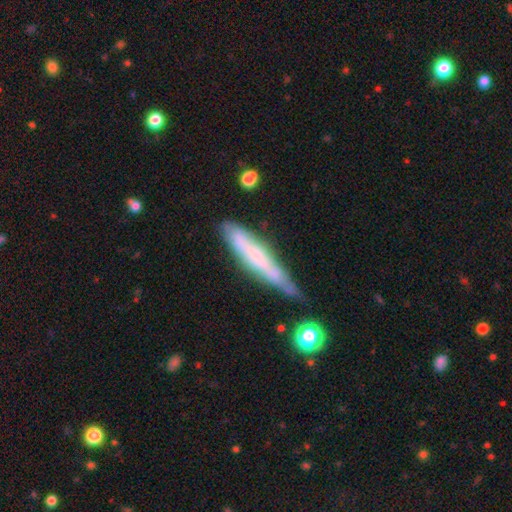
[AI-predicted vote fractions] Overall: smooth (47%; featured or disk 45%). Merging: none (54%; minor disturbance 31%).